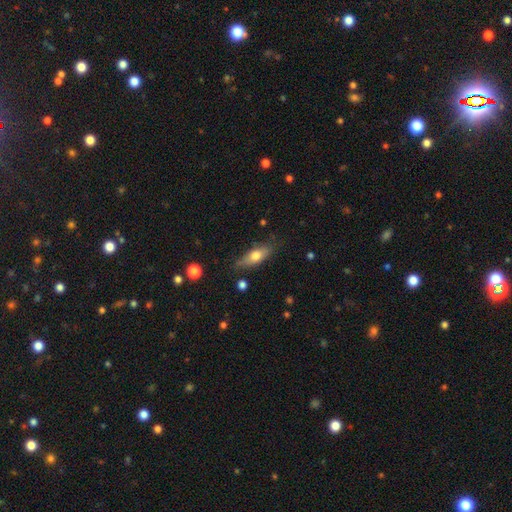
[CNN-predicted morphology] The model was most divided on "how rounded": in between: 66%, cigar-shaped: 30%, round: 4%. More confident: merging — none (75%); smooth or featured — smooth (66%).